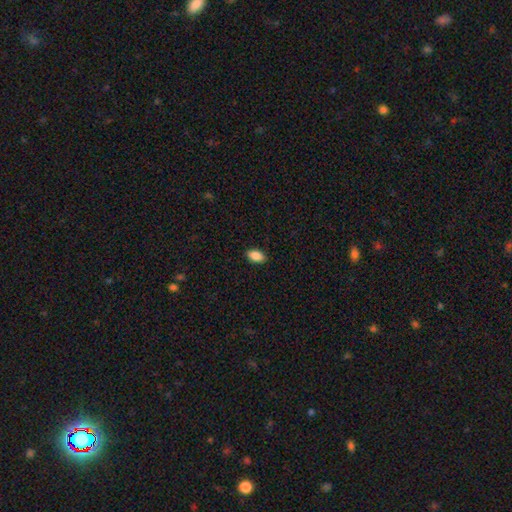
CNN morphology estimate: Smooth or featured? Predicted: smooth (p=0.88). How rounded? Predicted: in between (p=0.93). Merging? Predicted: none (p=0.89).